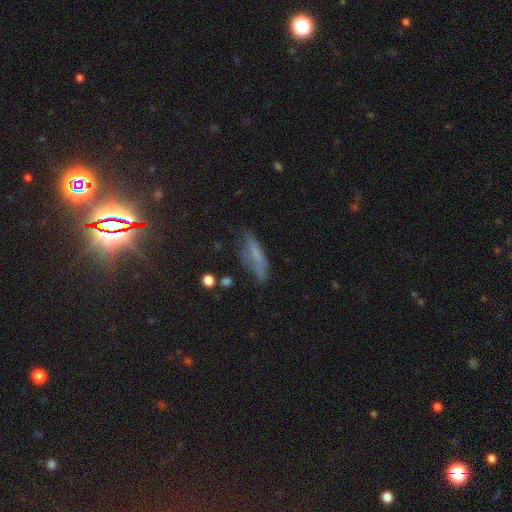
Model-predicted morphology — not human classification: Smooth or featured? Predicted: smooth (p=0.58). How rounded? Predicted: cigar-shaped (p=0.58). Merging? Predicted: none (p=0.58).